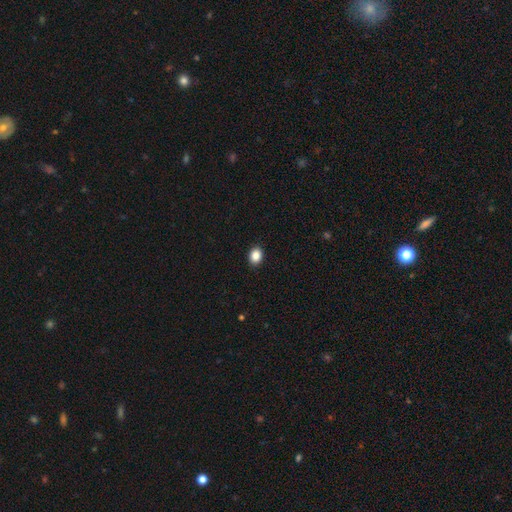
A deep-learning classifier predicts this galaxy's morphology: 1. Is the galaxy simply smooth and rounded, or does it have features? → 87% smooth, 9% star or artifact, 4% featured or disk.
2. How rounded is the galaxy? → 56% in between, 43% round, 1% cigar-shaped.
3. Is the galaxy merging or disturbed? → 91% none, 6% minor disturbance, 2% major disturbance, 1% merger.